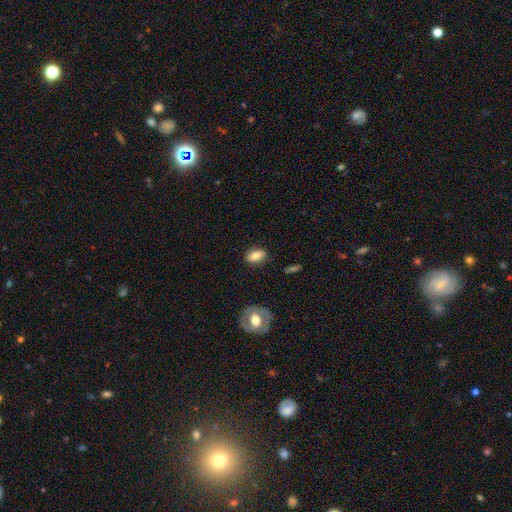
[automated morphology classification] Smooth or featured? smooth (77%)
How rounded? in between (85%)
Merging? none (83%)